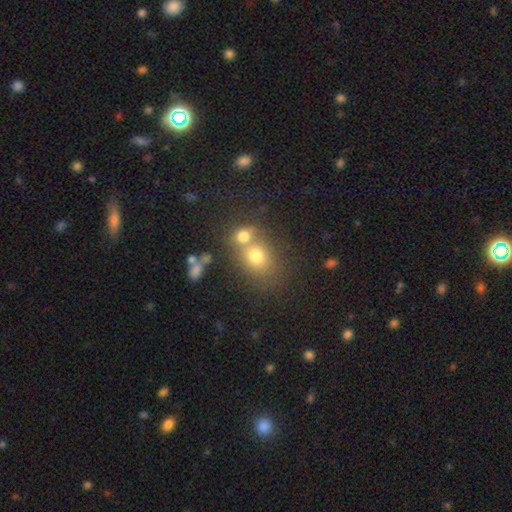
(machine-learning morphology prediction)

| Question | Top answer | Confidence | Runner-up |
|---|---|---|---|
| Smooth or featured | smooth | 70% | star or artifact (15%) |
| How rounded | round | 59% | in between (40%) |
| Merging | merger | 47% | none (40%) |